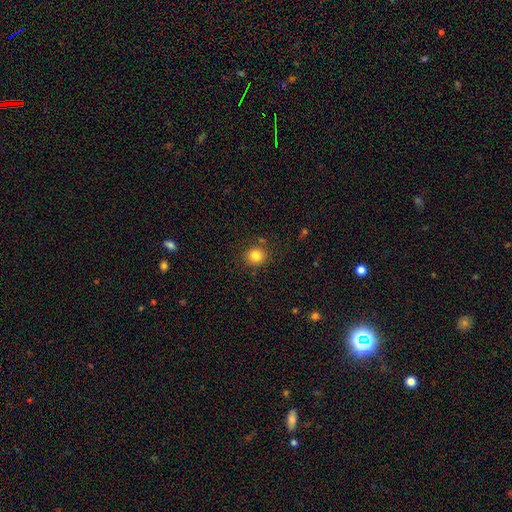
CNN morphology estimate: smooth-or-featured: smooth: 83% | star or artifact: 12% | featured or disk: 5%
  how-rounded: round: 85% | in between: 14% | cigar-shaped: 1%
  merging: none: 85% | minor disturbance: 9% | merger: 3% | major disturbance: 3%